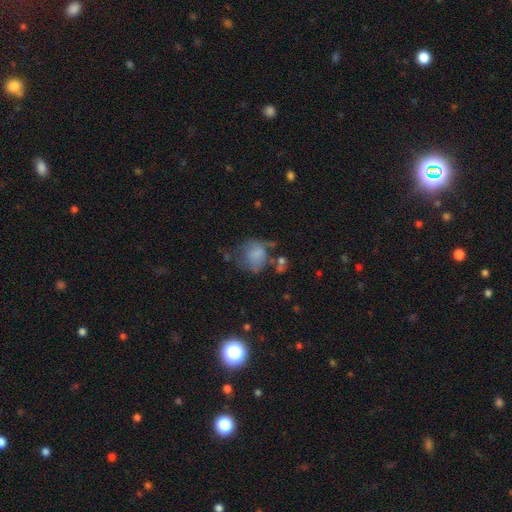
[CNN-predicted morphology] smooth 66%, featured or disk 23%, star or artifact 11%. Down the decision tree: how rounded — round (63%); merging — none (33%).